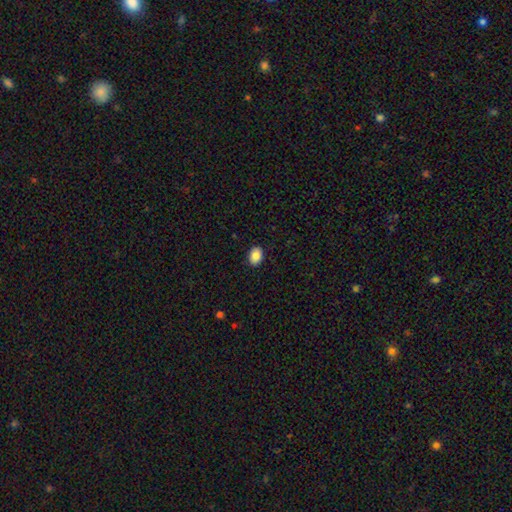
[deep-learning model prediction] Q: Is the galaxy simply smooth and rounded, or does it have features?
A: smooth — 86%.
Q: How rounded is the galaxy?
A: in between — 78%.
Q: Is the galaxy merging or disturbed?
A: none — 89%.